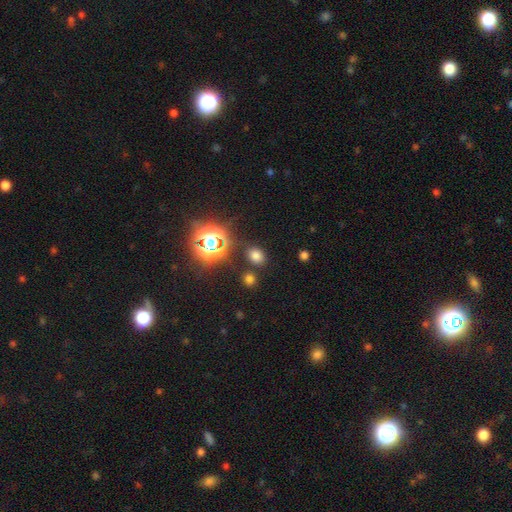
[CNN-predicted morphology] Q: Smooth or featured?
A: smooth (69%); runner-up: star or artifact (25%)
Q: How rounded?
A: in between (54%); runner-up: round (45%)
Q: Merging?
A: none (81%); runner-up: minor disturbance (10%)